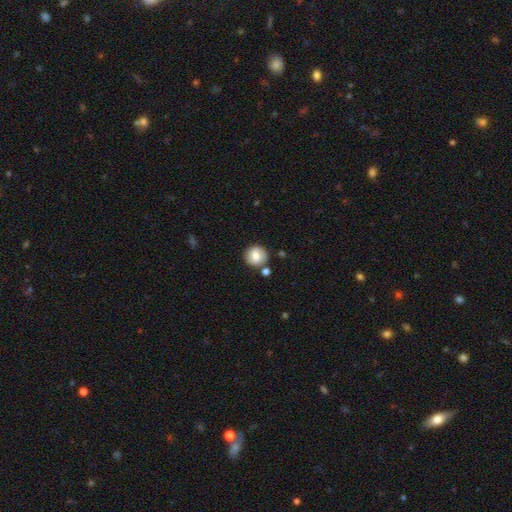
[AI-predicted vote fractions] Smooth or featured: smooth — 71% (featured or disk — 21%)
How rounded: round — 89% (in between — 10%)
Merging: none — 77% (minor disturbance — 12%)